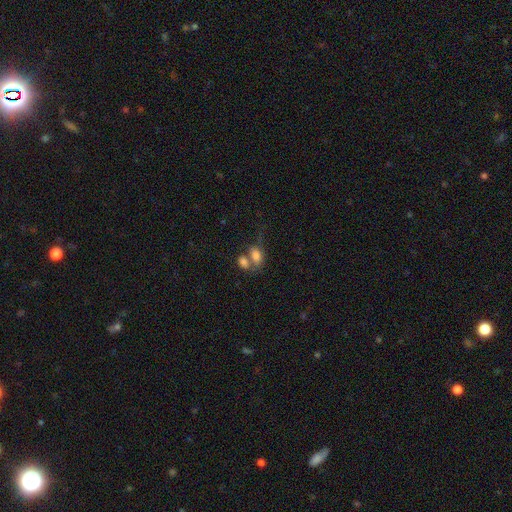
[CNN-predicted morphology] Smooth or featured?
  - smooth: 77% *
  - featured or disk: 13%
  - star or artifact: 10%
How rounded?
  - in between: 80% *
  - round: 18%
  - cigar-shaped: 2%
Merging?
  - merger: 56% *
  - none: 24%
  - minor disturbance: 11%
  - major disturbance: 9%